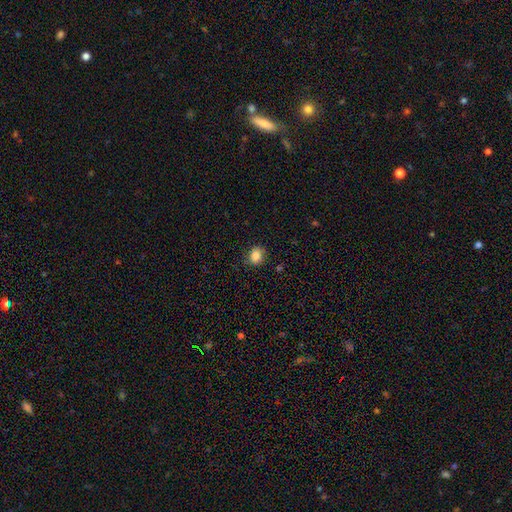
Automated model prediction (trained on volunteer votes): This appears to be a smooth galaxy with no disk features (85%) that is round (64%). Merging: none (87%).